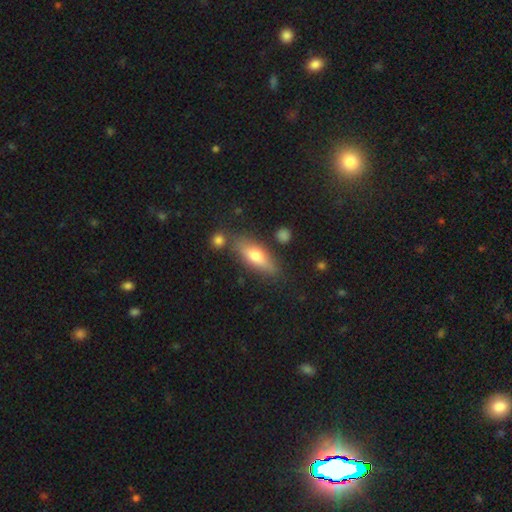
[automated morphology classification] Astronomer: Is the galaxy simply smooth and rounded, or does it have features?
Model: smooth — 63%.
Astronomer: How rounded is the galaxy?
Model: in between — 51% (runner-up: cigar-shaped, 45%).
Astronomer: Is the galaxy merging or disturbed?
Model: none — 75%.